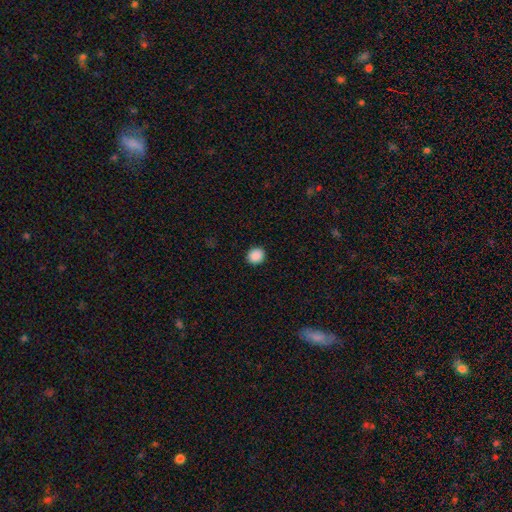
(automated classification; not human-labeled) A smooth galaxy with no disk features (89%) that is round (82%). Merging: none (92%).